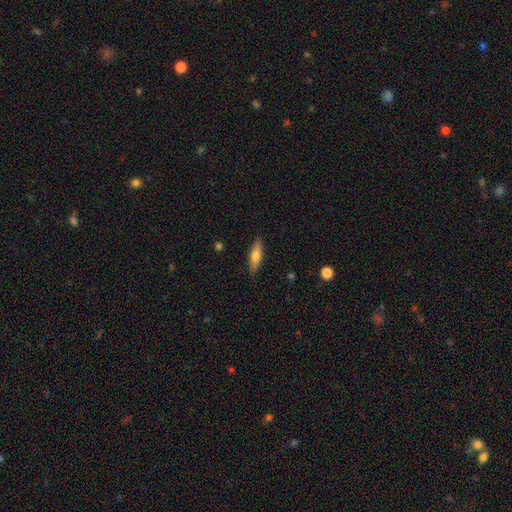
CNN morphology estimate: This appears to be a smooth galaxy with no disk features (69%) that is cigar-shaped (58%). Merging: none (89%).